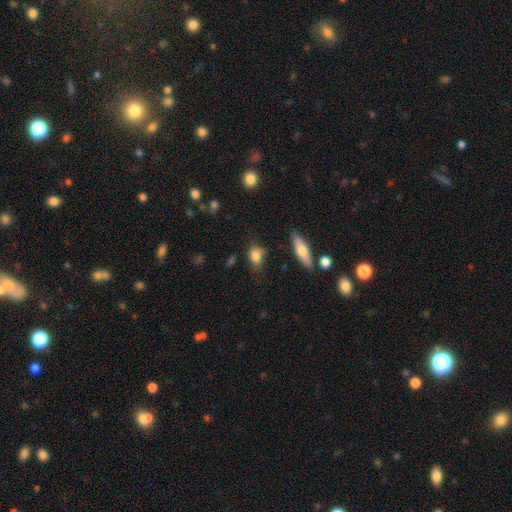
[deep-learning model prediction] Smooth or featured? Predicted: smooth (p=0.81). How rounded? Predicted: in between (p=0.72). Merging? Predicted: none (p=0.61).